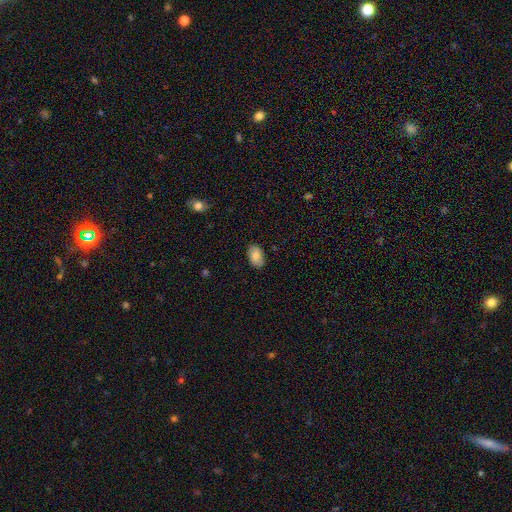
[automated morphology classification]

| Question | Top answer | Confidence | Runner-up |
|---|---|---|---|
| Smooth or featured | smooth | 85% | featured or disk (8%) |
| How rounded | in between | 90% | round (9%) |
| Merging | none | 86% | minor disturbance (11%) |